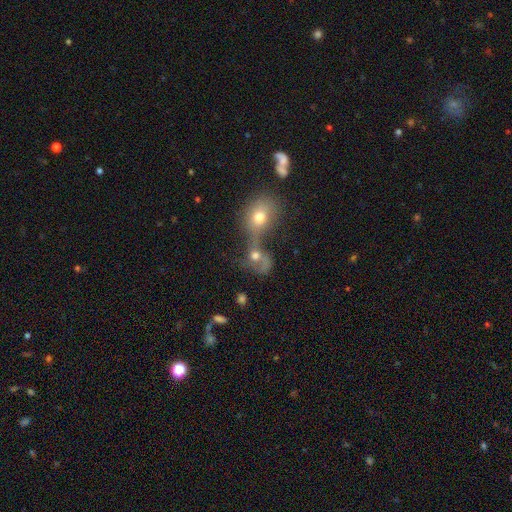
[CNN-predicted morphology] The model was most divided on "how rounded": round: 58%, in between: 40%, cigar-shaped: 2%. More confident: merging — merger (71%); smooth or featured — smooth (60%).